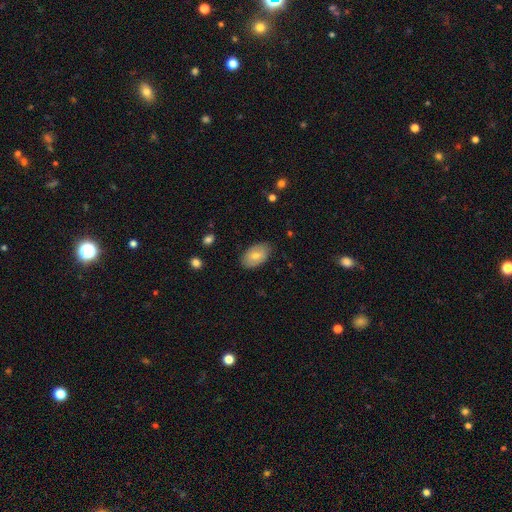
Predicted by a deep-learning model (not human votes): Smooth or featured?
  - smooth: 70% *
  - featured or disk: 23%
  - star or artifact: 7%
How rounded?
  - in between: 92% *
  - round: 6%
  - cigar-shaped: 1%
Merging?
  - none: 81% *
  - minor disturbance: 15%
  - major disturbance: 3%
  - merger: 1%